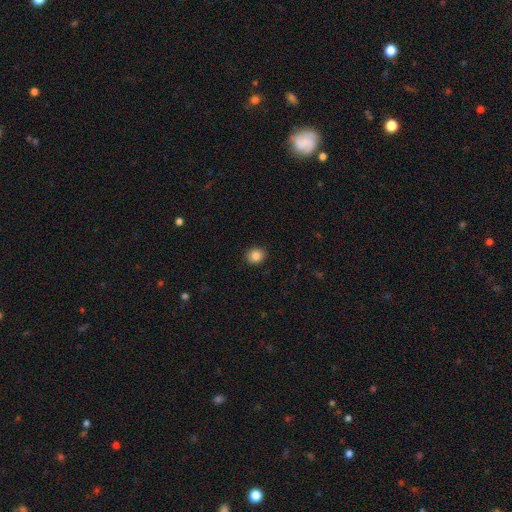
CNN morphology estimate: Smooth or featured? Predicted: smooth (p=0.86). How rounded? Predicted: round (p=0.66). Merging? Predicted: none (p=0.90).